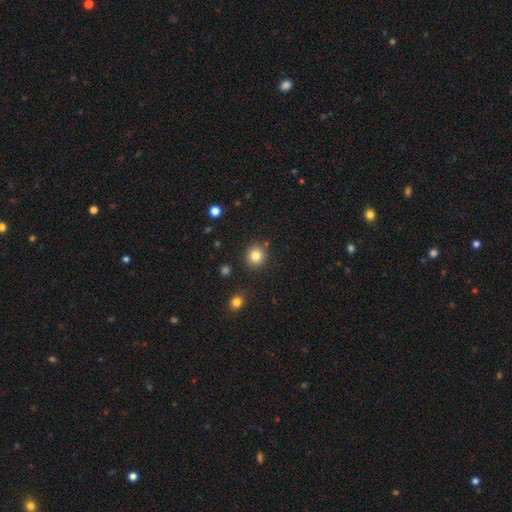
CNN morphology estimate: A smooth galaxy with no disk features (83%) that is round (87%). Merging: none (86%).